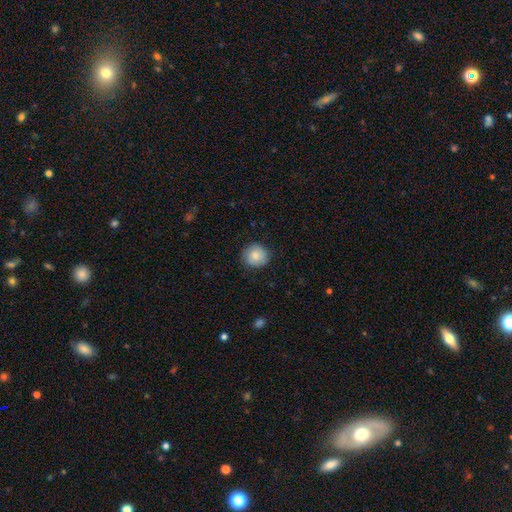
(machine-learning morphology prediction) The model was most divided on "smooth or featured": smooth: 79%, featured or disk: 14%, star or artifact: 7%. More confident: how rounded — round (89%); merging — none (82%).